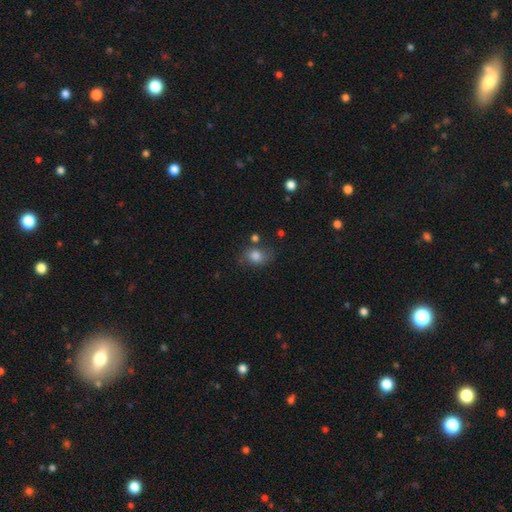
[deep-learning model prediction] This is likely a smooth galaxy (79%). How rounded: possibly in between (56%). Merging: likely none (65%).